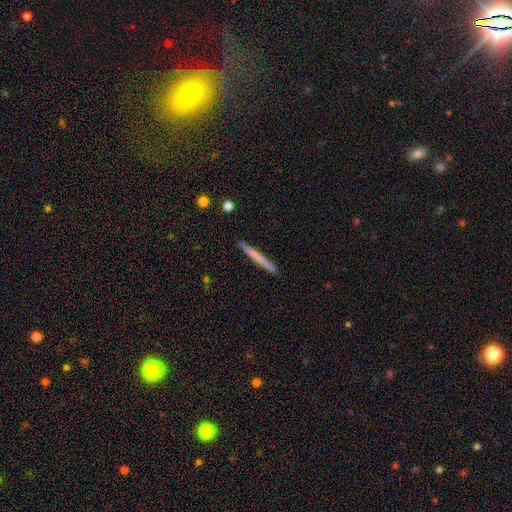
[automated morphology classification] smooth 53%, featured or disk 40%, star or artifact 7%. Down the decision tree: how rounded — cigar-shaped (96%); merging — none (92%).